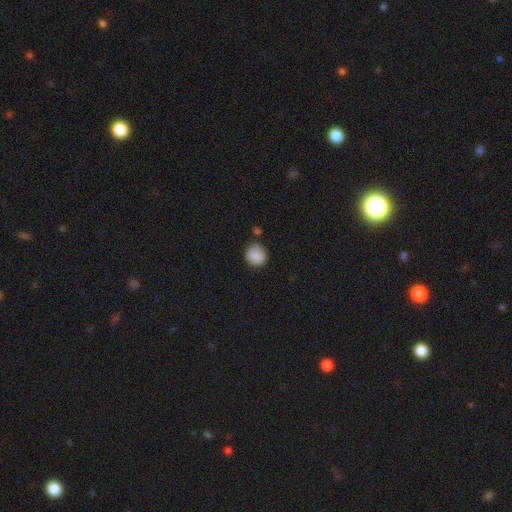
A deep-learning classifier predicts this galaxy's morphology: smooth-or-featured: smooth: 87% | star or artifact: 8% | featured or disk: 5%
  how-rounded: round: 85% | in between: 14% | cigar-shaped: 1%
  merging: none: 73% | minor disturbance: 17% | merger: 5% | major disturbance: 4%